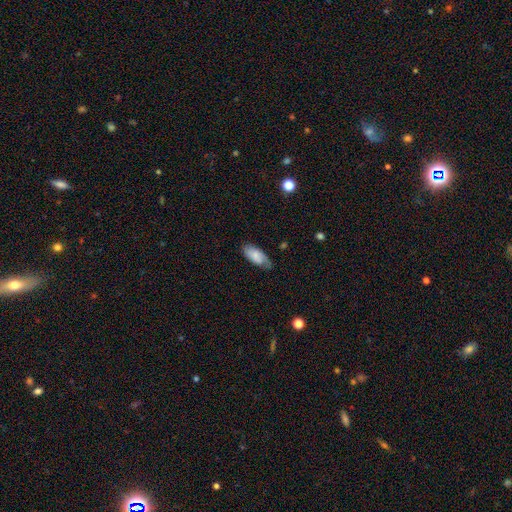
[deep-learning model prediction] smooth-or-featured: smooth: 69% | featured or disk: 24% | star or artifact: 7%
  how-rounded: in between: 89% | cigar-shaped: 8% | round: 2%
  merging: none: 65% | minor disturbance: 27% | major disturbance: 7% | merger: 1%